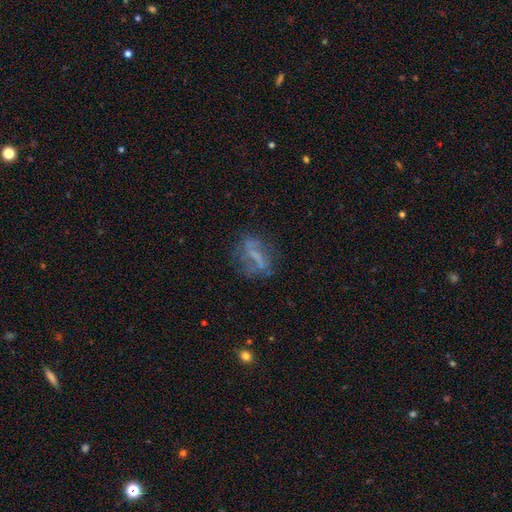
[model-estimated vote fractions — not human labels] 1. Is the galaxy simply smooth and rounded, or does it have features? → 60% featured or disk, 26% smooth, 14% star or artifact.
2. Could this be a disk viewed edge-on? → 89% no, 11% yes.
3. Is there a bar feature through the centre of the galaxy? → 48% strong, 28% weak, 24% no.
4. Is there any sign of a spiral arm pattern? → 50% yes (tied), 50% no (tied).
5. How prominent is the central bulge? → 58% none, 26% small, 12% moderate, 3% large, 1% dominant.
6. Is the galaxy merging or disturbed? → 62% none, 19% minor disturbance, 15% major disturbance, 4% merger.